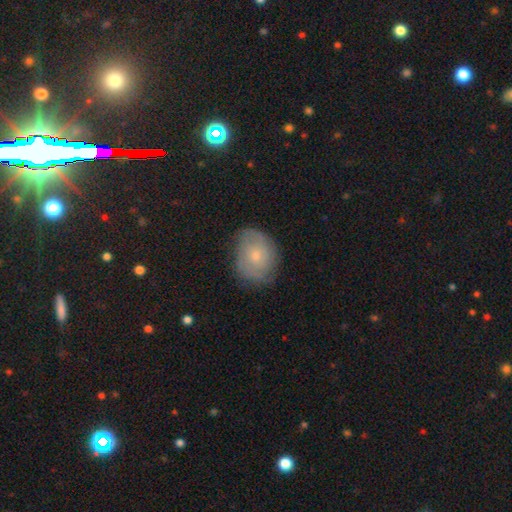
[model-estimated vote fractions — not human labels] smooth_or_featured: smooth (p=0.48) [alt: featured or disk p=0.45]
merging: none (p=0.70) [alt: minor disturbance p=0.23]